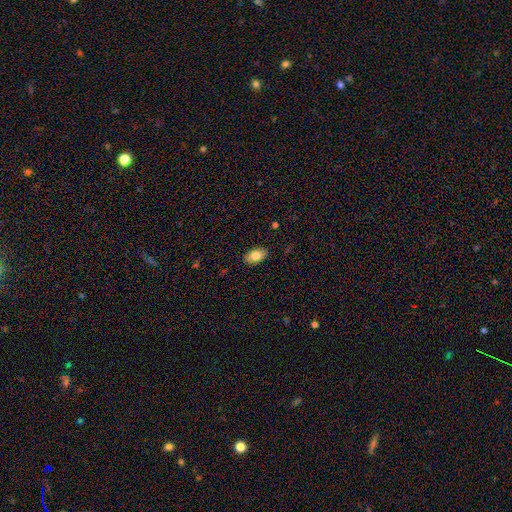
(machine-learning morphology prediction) The model was most divided on "smooth or featured": smooth: 80%, featured or disk: 13%, star or artifact: 7%. More confident: how rounded — in between (91%); merging — none (87%).